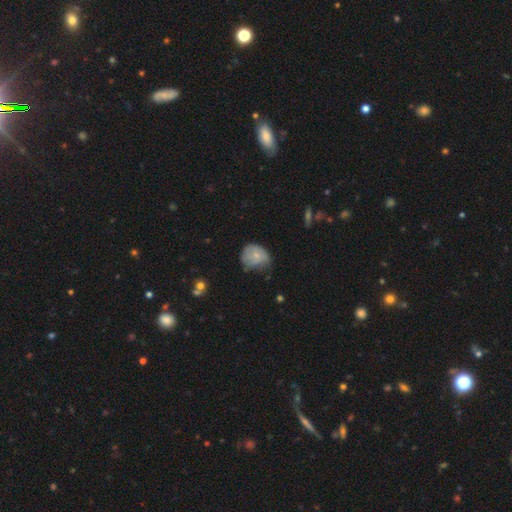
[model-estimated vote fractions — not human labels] Smooth or featured? smooth (62%)
How rounded? round (63%)
Merging? minor disturbance (43%)